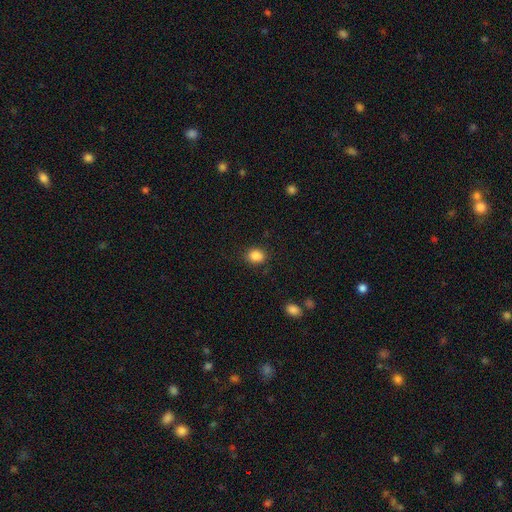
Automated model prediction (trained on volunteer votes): Morphology: type=smooth (86%); roundness=round (51%); merging=none (84%).